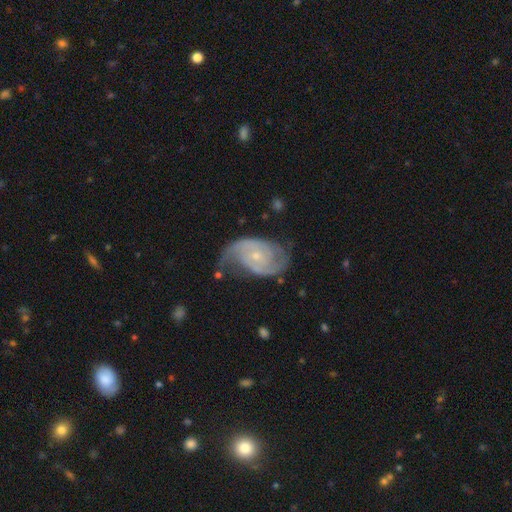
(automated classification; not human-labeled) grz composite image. It shows a featured or disk galaxy (88%) with no bar (70%), 2 (83%) medium (44%) spiral arms (97%) and a small central bulge (73%). Merging: none (66%).